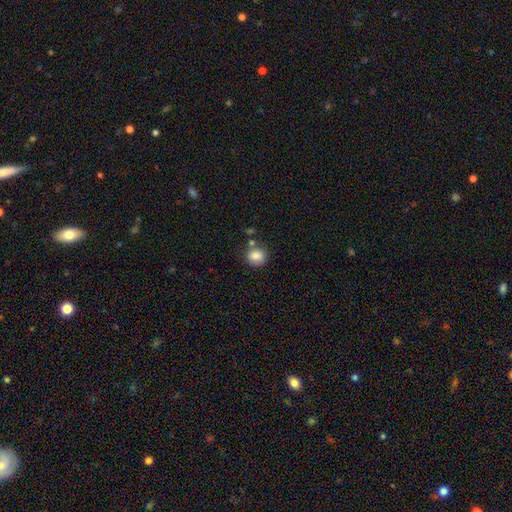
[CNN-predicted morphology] A smooth galaxy with no disk features (84%) that is round (83%). Merging: none (74%).